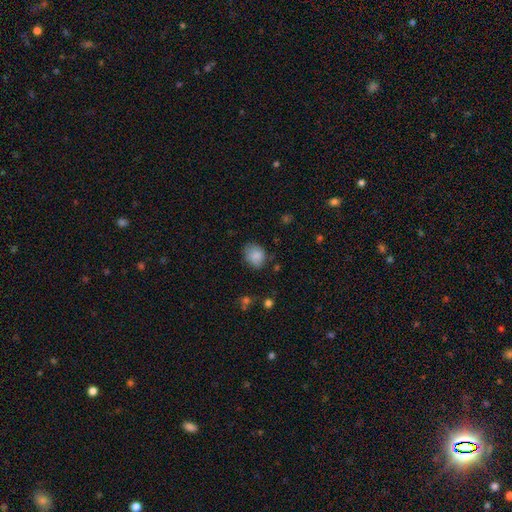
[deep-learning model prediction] Smooth or featured: smooth — 85% (star or artifact — 8%)
How rounded: in between — 50% (round — 49%)
Merging: none — 67% (minor disturbance — 25%)